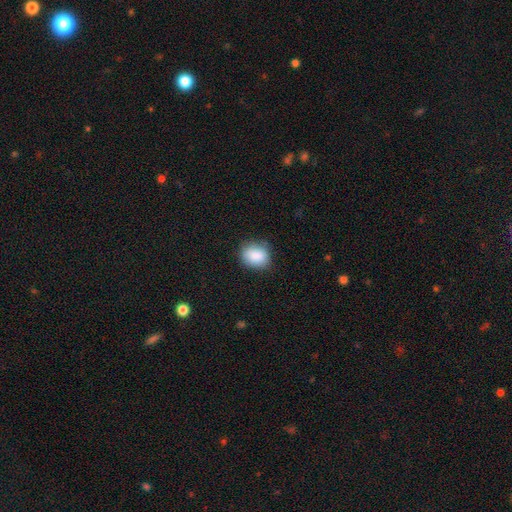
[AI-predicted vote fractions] Smooth or featured? smooth (87%)
How rounded? round (52%)
Merging? none (78%)